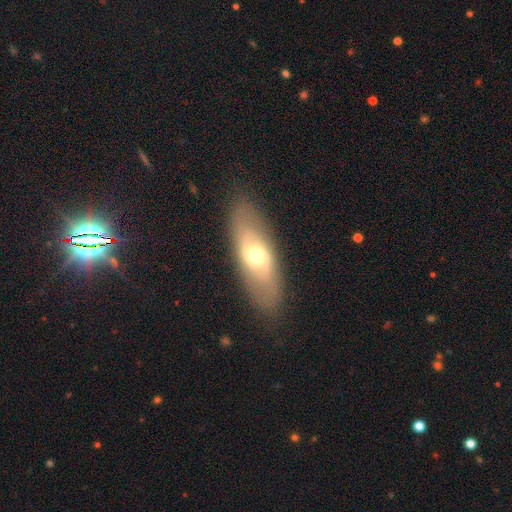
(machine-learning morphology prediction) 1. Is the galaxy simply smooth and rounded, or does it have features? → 54% featured or disk, 40% smooth, 7% star or artifact.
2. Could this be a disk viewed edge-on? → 80% no, 20% yes.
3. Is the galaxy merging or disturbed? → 85% none, 11% minor disturbance, 4% major disturbance, 1% merger.